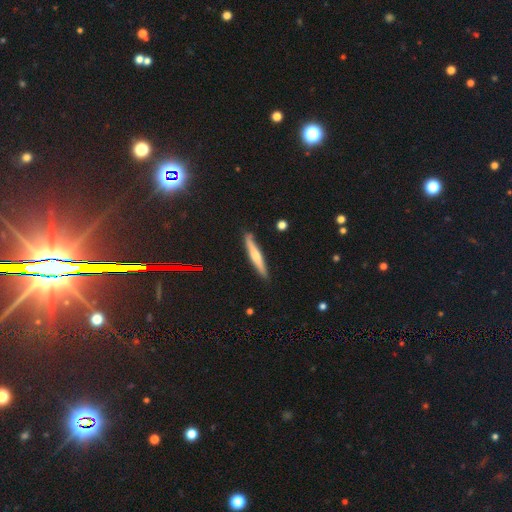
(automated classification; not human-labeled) Smooth or featured? Predicted: smooth (p=0.48). Merging? Predicted: none (p=0.85).